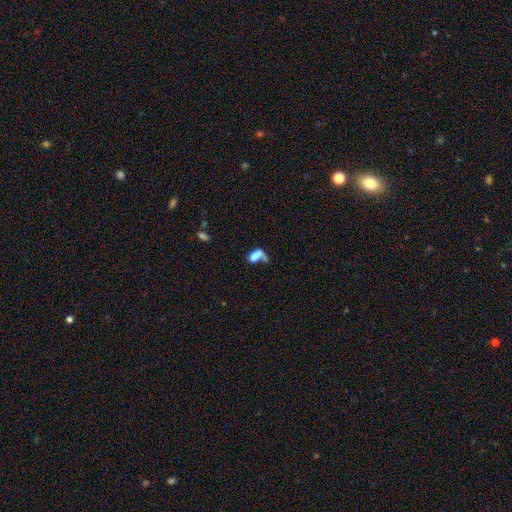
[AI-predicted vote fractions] A smooth galaxy with no disk features (67%) that is in between round and cigar-shaped (84%).

Vote fractions:
- Smooth or featured? smooth: 67% / featured or disk: 21% / star or artifact: 12%
- How rounded? in between: 84% / round: 9% / cigar-shaped: 7%
- Merging? merger: 39% / major disturbance: 25% / none: 23% / minor disturbance: 13%